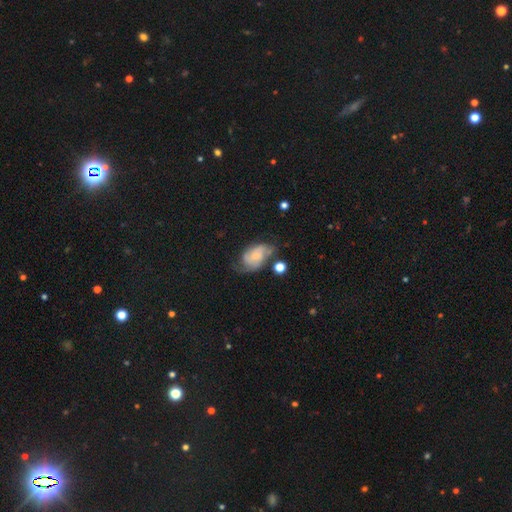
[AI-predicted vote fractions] smooth_or_featured: featured or disk (p=0.57) [alt: smooth p=0.35]
disk_edge_on: no (p=0.97) [alt: yes p=0.03]
bar: no (p=0.64) [alt: weak p=0.30]
has_spiral_arms: yes (p=0.87) [alt: no p=0.13]
bulge_size: small (p=0.55) [alt: none p=0.26]
merging: none (p=0.44) [alt: minor disturbance p=0.29]